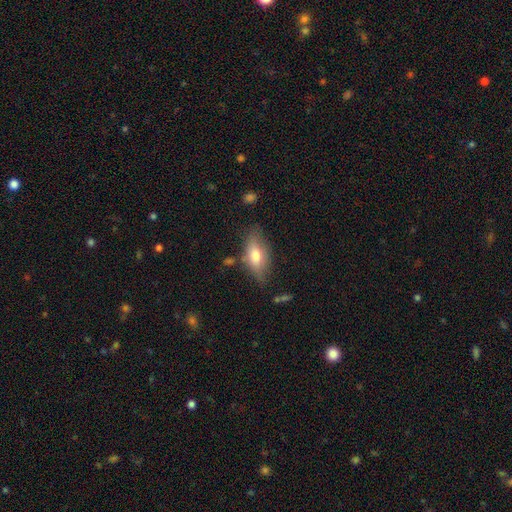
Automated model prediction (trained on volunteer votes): This is likely a smooth galaxy (64%). How rounded: clearly in between (81%). Merging: likely none (67%).